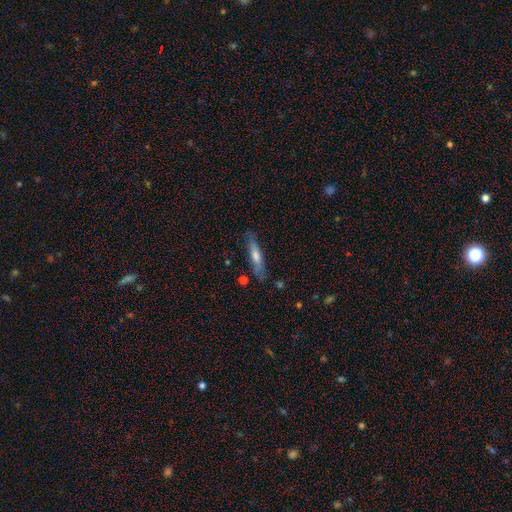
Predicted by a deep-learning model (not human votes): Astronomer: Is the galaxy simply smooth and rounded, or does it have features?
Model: featured or disk — 51% (runner-up: smooth, 41%).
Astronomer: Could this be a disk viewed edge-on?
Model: yes — 82%.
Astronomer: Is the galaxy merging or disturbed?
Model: none — 80%.